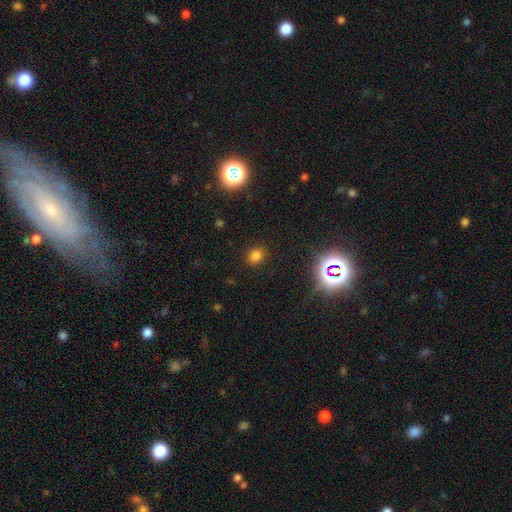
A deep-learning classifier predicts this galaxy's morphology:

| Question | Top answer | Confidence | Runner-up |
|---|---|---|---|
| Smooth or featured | smooth | 76% | star or artifact (19%) |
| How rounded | round | 62% | in between (37%) |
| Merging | none | 88% | minor disturbance (8%) |